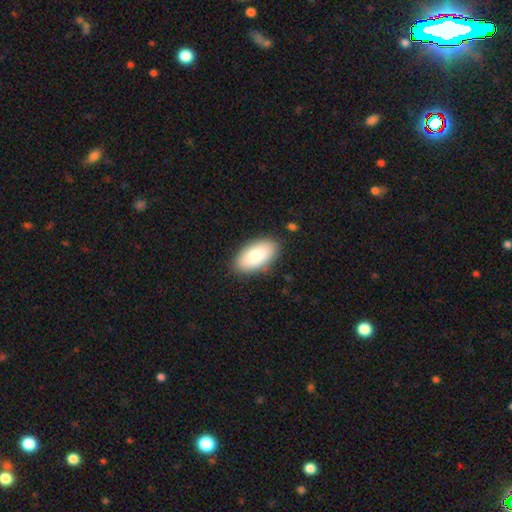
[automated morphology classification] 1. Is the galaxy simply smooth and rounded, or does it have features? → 85% smooth, 9% featured or disk, 6% star or artifact.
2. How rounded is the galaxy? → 95% in between, 3% cigar-shaped, 2% round.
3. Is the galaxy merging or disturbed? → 85% none, 11% minor disturbance, 3% major disturbance, 1% merger.